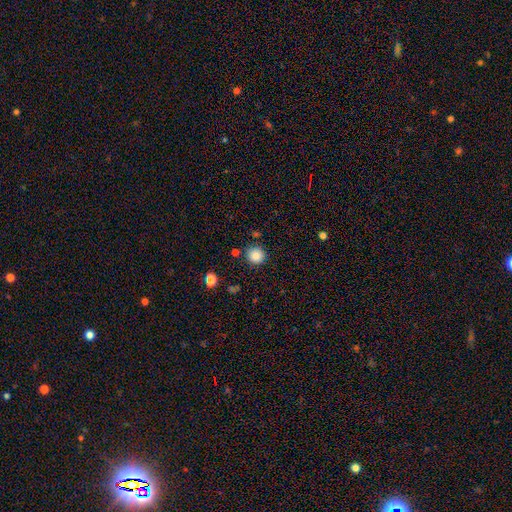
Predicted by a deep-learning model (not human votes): A smooth galaxy with no disk features (85%) that is round (93%). Merging: none (86%).